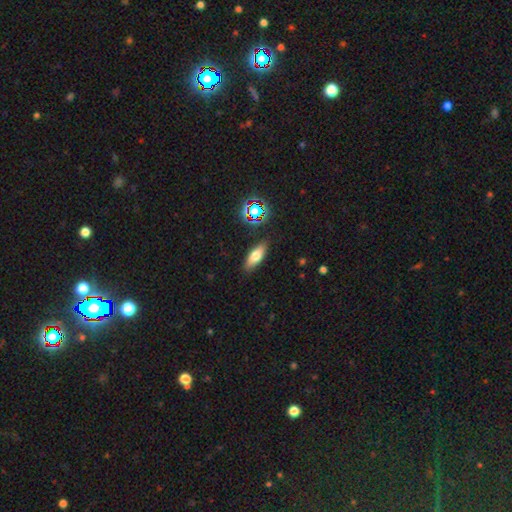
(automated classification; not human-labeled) A smooth galaxy with no disk features (67%) that is in between round and cigar-shaped (66%).

Vote fractions:
- Smooth or featured? smooth: 67% / featured or disk: 21% / star or artifact: 12%
- How rounded? in between: 66% / cigar-shaped: 30% / round: 4%
- Merging? none: 86% / minor disturbance: 10% / major disturbance: 2% / merger: 2%